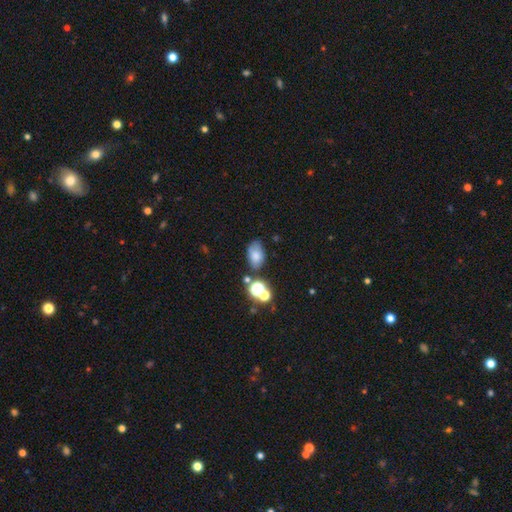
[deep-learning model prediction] The model was most divided on "merging": none: 61%, minor disturbance: 20%, merger: 13%, major disturbance: 7%. More confident: how rounded — in between (86%); smooth or featured — smooth (72%).